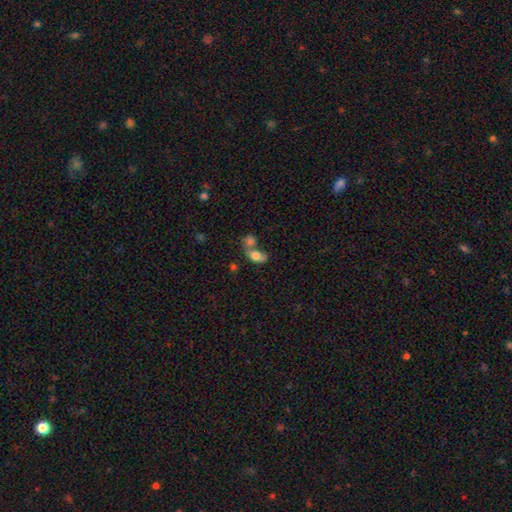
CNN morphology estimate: The model was most divided on "merging": merger: 59%, none: 23%, minor disturbance: 10%, major disturbance: 8%. More confident: how rounded — in between (81%); smooth or featured — smooth (75%).